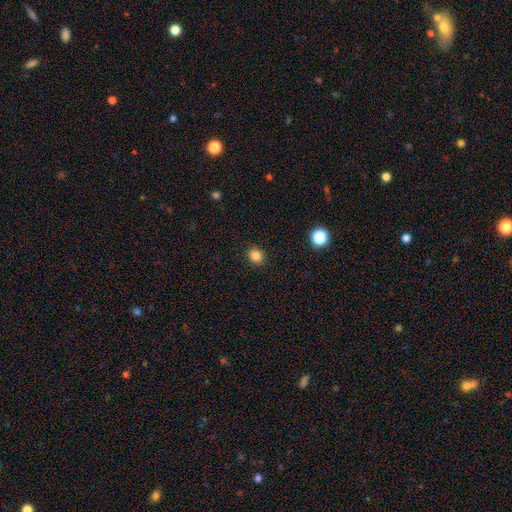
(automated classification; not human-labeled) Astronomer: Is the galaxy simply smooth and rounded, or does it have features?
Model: smooth — 84%.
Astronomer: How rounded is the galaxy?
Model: round — 68%.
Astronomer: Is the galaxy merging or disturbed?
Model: none — 91%.